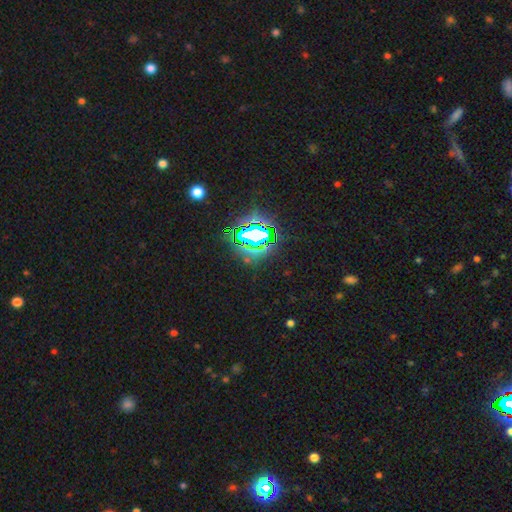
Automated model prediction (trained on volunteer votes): Smooth or featured?
  - star or artifact: 83% *
  - smooth: 11%
  - featured or disk: 6%